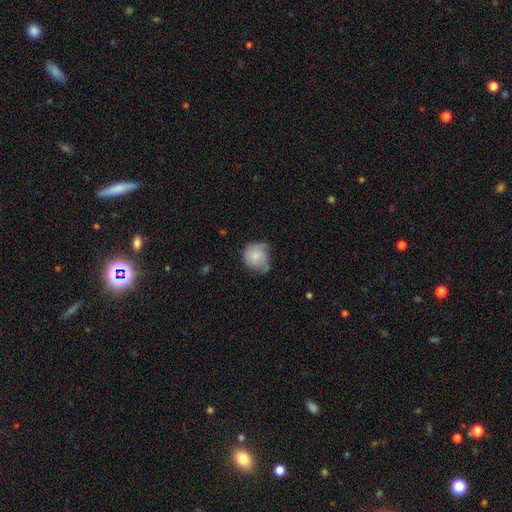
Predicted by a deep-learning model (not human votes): smooth-or-featured: smooth: 65% | featured or disk: 28% | star or artifact: 8%
  how-rounded: round: 71% | in between: 28% | cigar-shaped: 1%
  merging: none: 42% | minor disturbance: 40% | major disturbance: 16% | merger: 3%